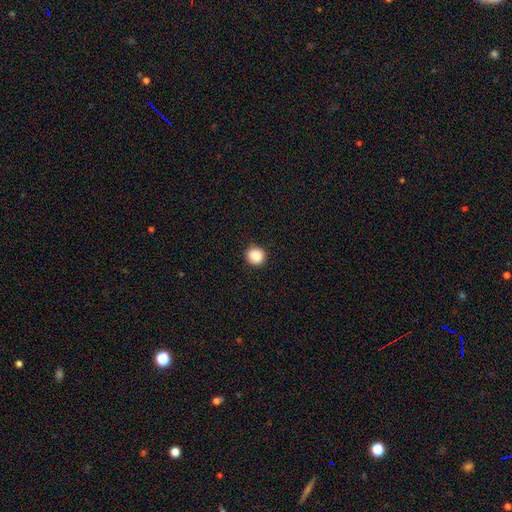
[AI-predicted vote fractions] A smooth galaxy with no disk features (88%) that is round (91%).

Vote fractions:
- Smooth or featured? smooth: 88% / star or artifact: 9% / featured or disk: 3%
- How rounded? round: 91% / in between: 8% / cigar-shaped: 1%
- Merging? none: 91% / minor disturbance: 6% / major disturbance: 2% / merger: 1%